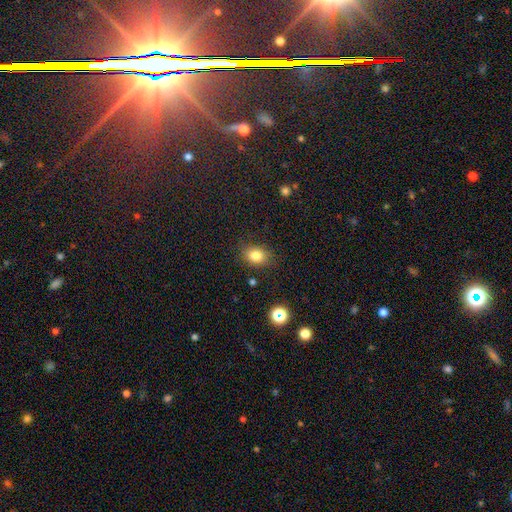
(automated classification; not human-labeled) Smooth or featured?
  - smooth: 81% *
  - star or artifact: 12%
  - featured or disk: 7%
How rounded?
  - in between: 58% *
  - round: 41%
  - cigar-shaped: 1%
Merging?
  - none: 82% *
  - minor disturbance: 13%
  - major disturbance: 4%
  - merger: 2%